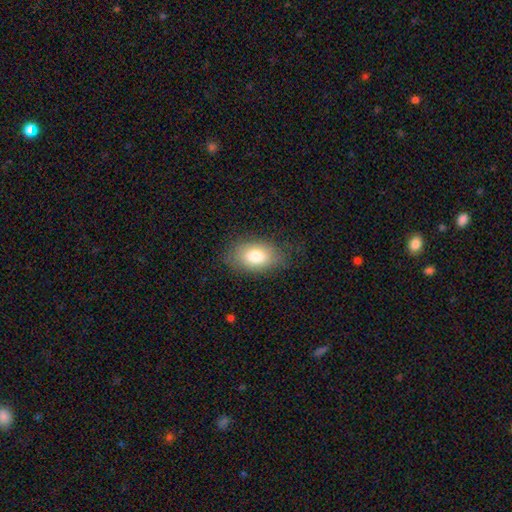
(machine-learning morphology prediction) A smooth galaxy with no disk features (79%) that is in between round and cigar-shaped (89%). Merging: none (77%).